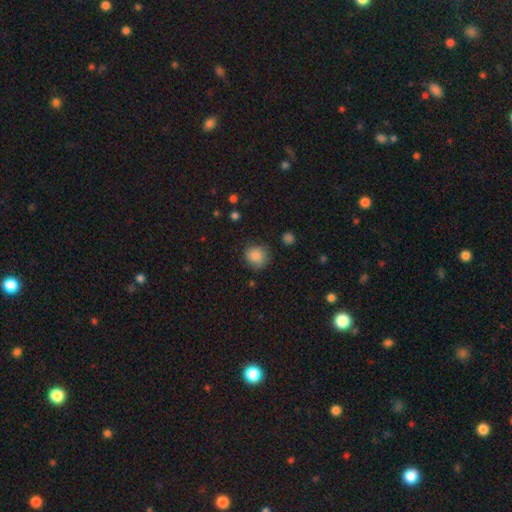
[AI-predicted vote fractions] A smooth galaxy with no disk features (86%) that is round (85%).

Vote fractions:
- Smooth or featured? smooth: 86% / star or artifact: 9% / featured or disk: 5%
- How rounded? round: 85% / in between: 14% / cigar-shaped: 1%
- Merging? none: 76% / minor disturbance: 18% / major disturbance: 5% / merger: 2%